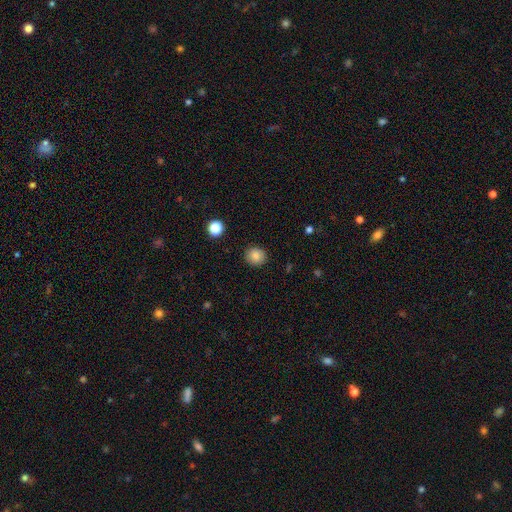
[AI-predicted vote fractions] Q: Smooth or featured?
A: smooth (86%); runner-up: star or artifact (10%)
Q: How rounded?
A: round (80%); runner-up: in between (19%)
Q: Merging?
A: none (89%); runner-up: minor disturbance (8%)